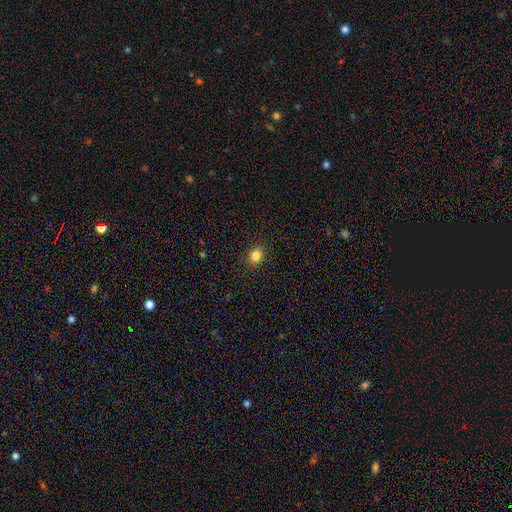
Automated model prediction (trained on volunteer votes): smooth 84%, star or artifact 12%, featured or disk 5%. Down the decision tree: how rounded — round (57%); merging — none (90%).